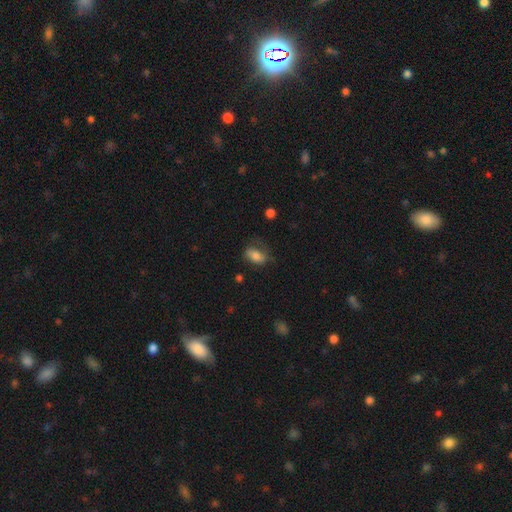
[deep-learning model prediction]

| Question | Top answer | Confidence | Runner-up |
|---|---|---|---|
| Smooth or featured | smooth | 73% | featured or disk (19%) |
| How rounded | in between | 86% | round (10%) |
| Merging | none | 52% | minor disturbance (28%) |